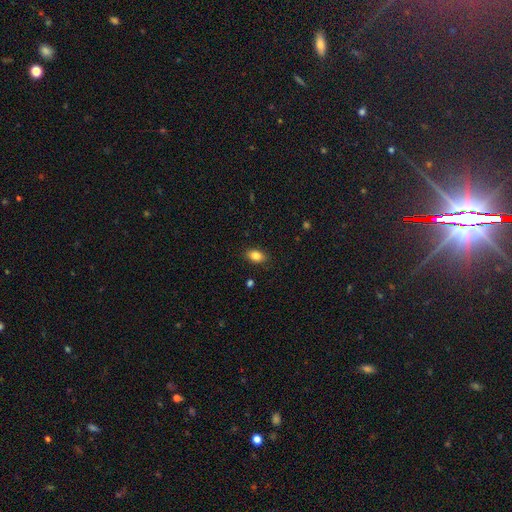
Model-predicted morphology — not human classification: type=smooth (84%); roundness=in between (85%); merging=none (87%).